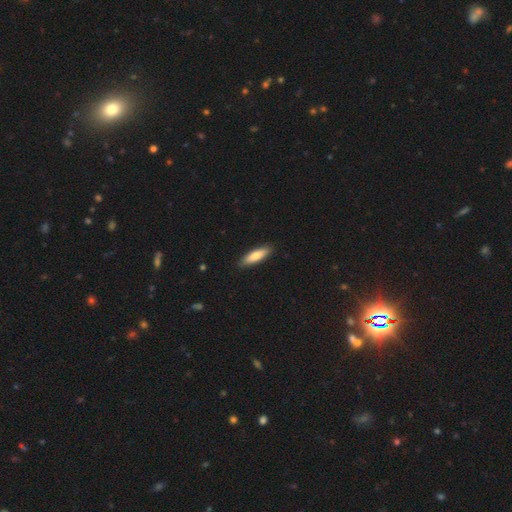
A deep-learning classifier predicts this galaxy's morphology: Q: Smooth or featured?
A: smooth (75%); runner-up: featured or disk (20%)
Q: How rounded?
A: cigar-shaped (61%); runner-up: in between (38%)
Q: Merging?
A: none (89%); runner-up: minor disturbance (8%)